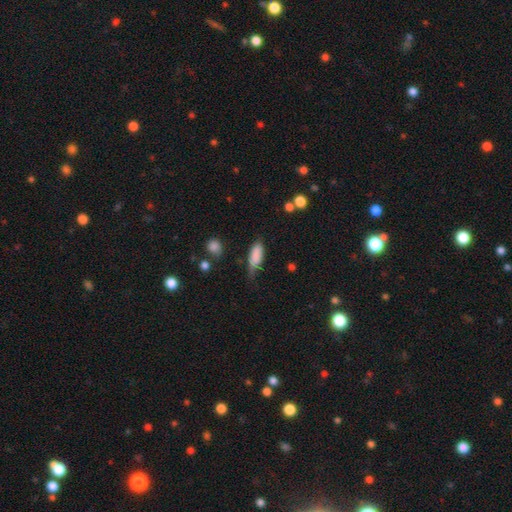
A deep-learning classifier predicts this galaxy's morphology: Smooth or featured? Predicted: smooth (p=0.84). How rounded? Predicted: in between (p=0.75). Merging? Predicted: none (p=0.43).